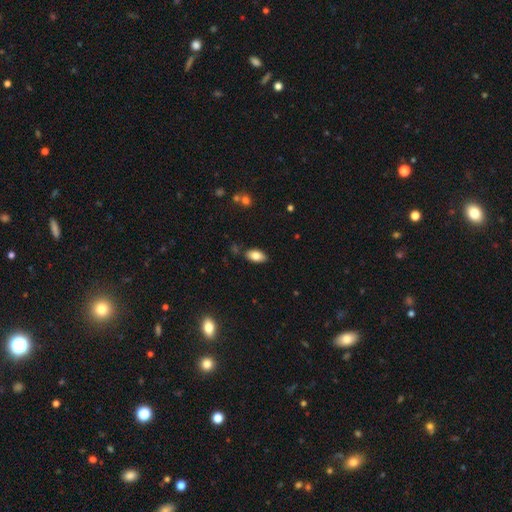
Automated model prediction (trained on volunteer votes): smooth 81%, featured or disk 12%, star or artifact 8%. Down the decision tree: how rounded — in between (93%); merging — none (83%).